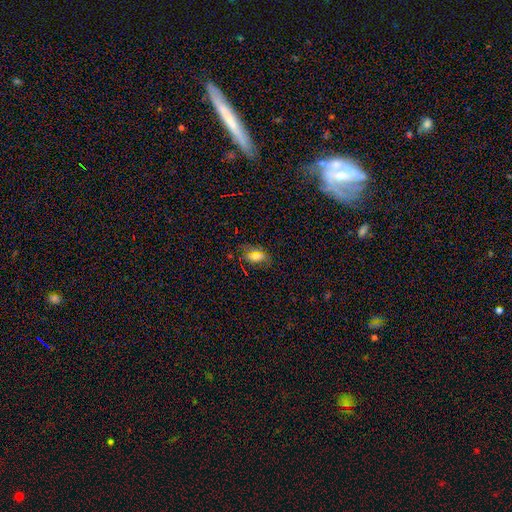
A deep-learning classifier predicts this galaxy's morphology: type=smooth (63%); roundness=in between (83%); merging=none (76%).